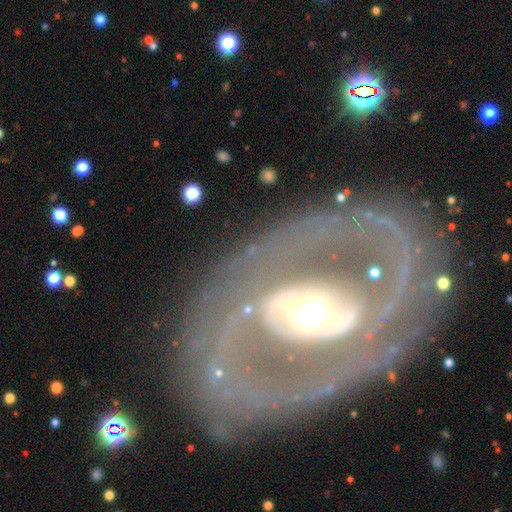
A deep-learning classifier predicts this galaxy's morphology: Smooth or featured? featured or disk (85%)
Edge-on disk? no (94%)
Bar? no (37%)
Spiral arms? yes (73%)
Spiral winding? tight (49%)
Spiral arm count? 2 (72%)
Bulge size? moderate (59%)
Merging? none (80%)